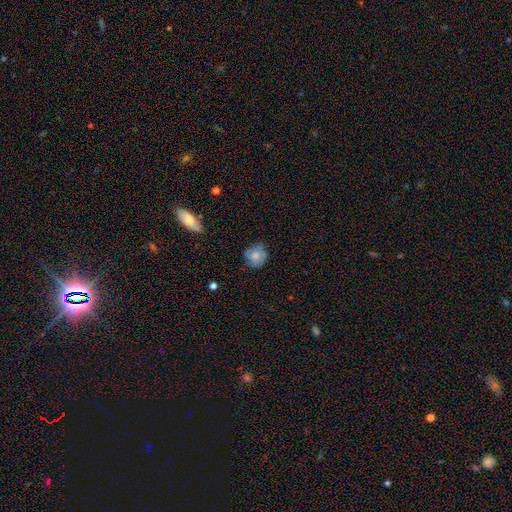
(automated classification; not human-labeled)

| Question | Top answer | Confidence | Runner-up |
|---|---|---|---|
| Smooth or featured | smooth | 74% | featured or disk (18%) |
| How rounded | round | 77% | in between (22%) |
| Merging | none | 66% | minor disturbance (26%) |